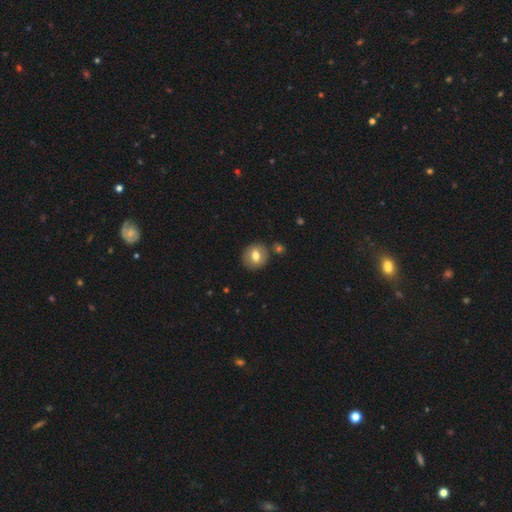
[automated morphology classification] Q: Smooth or featured?
A: smooth (72%); runner-up: featured or disk (19%)
Q: How rounded?
A: round (83%); runner-up: in between (16%)
Q: Merging?
A: none (83%); runner-up: minor disturbance (9%)